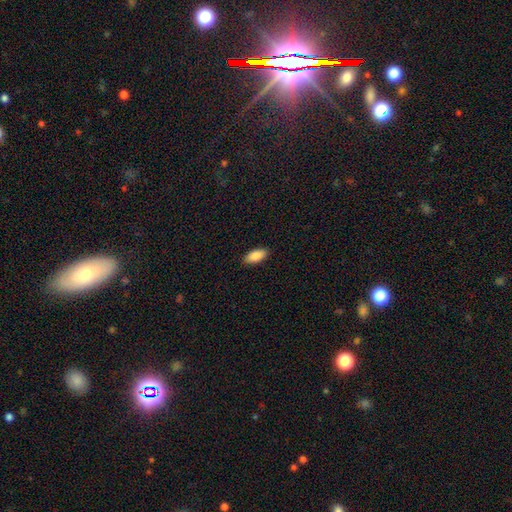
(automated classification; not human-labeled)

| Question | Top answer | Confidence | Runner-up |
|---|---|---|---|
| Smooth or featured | smooth | 88% | star or artifact (6%) |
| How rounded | in between | 89% | cigar-shaped (9%) |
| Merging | none | 89% | minor disturbance (8%) |